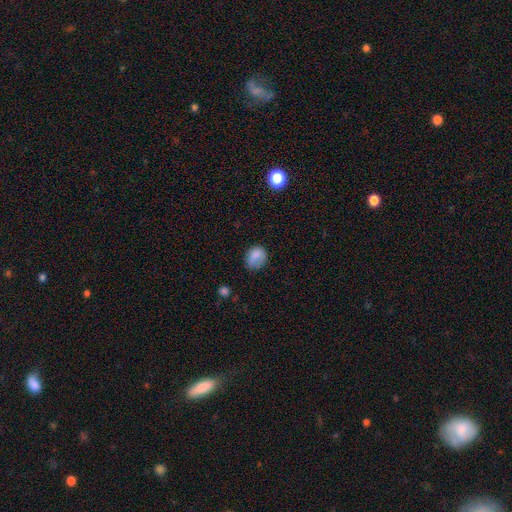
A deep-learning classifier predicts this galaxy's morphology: Smooth or featured? Predicted: smooth (p=0.80). How rounded? Predicted: round (p=0.53). Merging? Predicted: none (p=0.54).